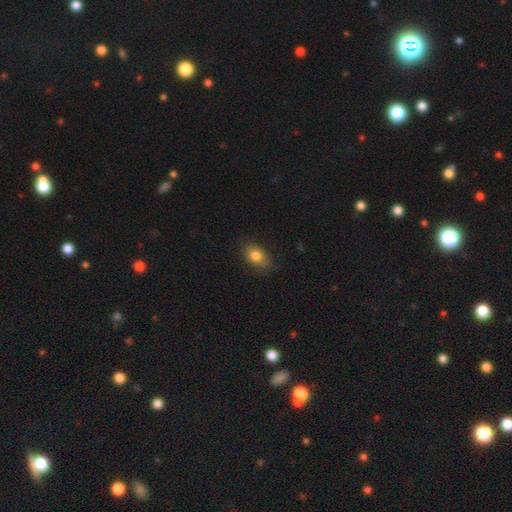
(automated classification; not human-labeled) smooth 82%, featured or disk 10%, star or artifact 8%. Down the decision tree: how rounded — in between (83%); merging — none (80%).